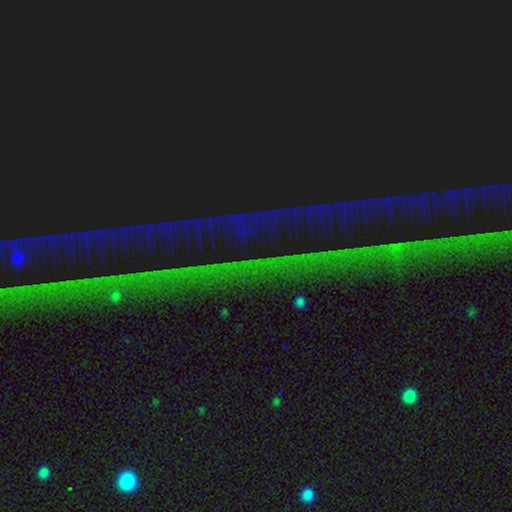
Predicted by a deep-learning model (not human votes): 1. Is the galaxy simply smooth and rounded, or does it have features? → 84% star or artifact, 9% featured or disk, 7% smooth.